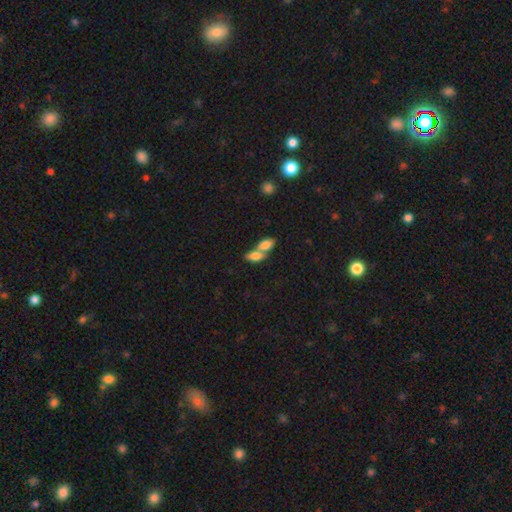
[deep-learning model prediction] This is likely a smooth galaxy (75%). How rounded: clearly in between (84%). Merging: likely merger (65%).